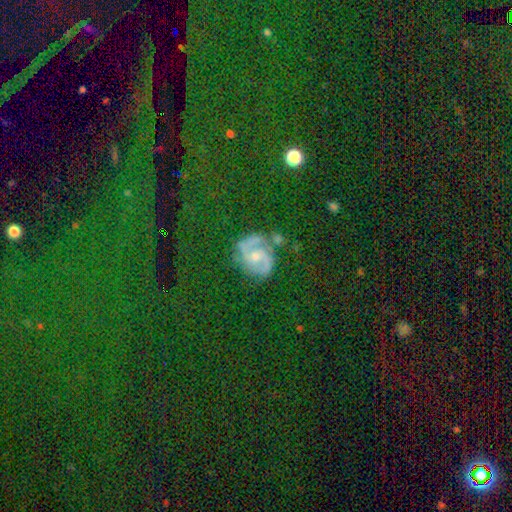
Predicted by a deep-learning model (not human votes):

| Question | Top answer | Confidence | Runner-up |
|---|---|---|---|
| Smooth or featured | featured or disk | 44% | star or artifact (32%) |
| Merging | none | 67% | minor disturbance (20%) |